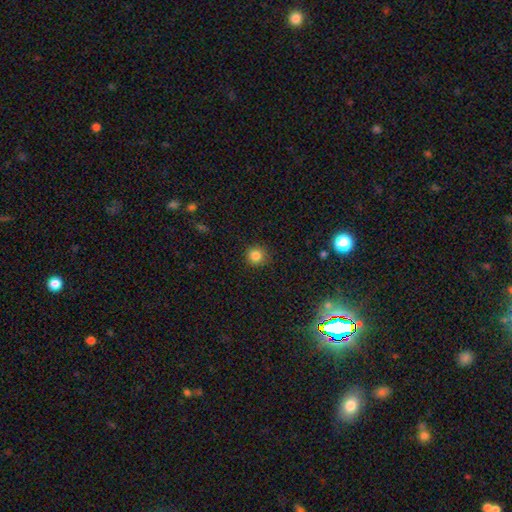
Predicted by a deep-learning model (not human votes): Q: Smooth or featured?
A: smooth (82%); runner-up: star or artifact (12%)
Q: How rounded?
A: round (93%); runner-up: in between (6%)
Q: Merging?
A: none (90%); runner-up: minor disturbance (7%)